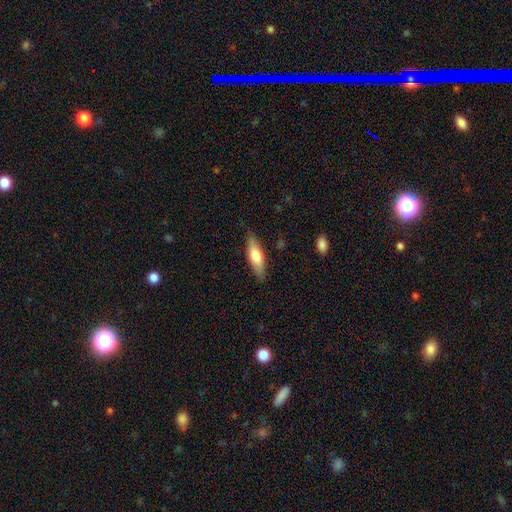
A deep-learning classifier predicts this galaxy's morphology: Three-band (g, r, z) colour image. It shows a smooth galaxy with no disk features (65%) that is cigar-shaped (55%). Merging: none (84%).